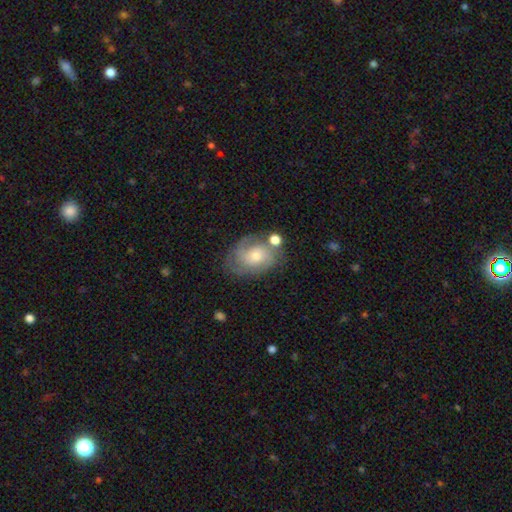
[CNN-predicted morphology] Overall: featured or disk (59%; smooth 33%). Edge-on disk: no (96%). Bar: no (75%). Spiral arms: yes (81%). Bulge size: moderate (47%; small 46%). Merging: none (58%; minor disturbance 22%).